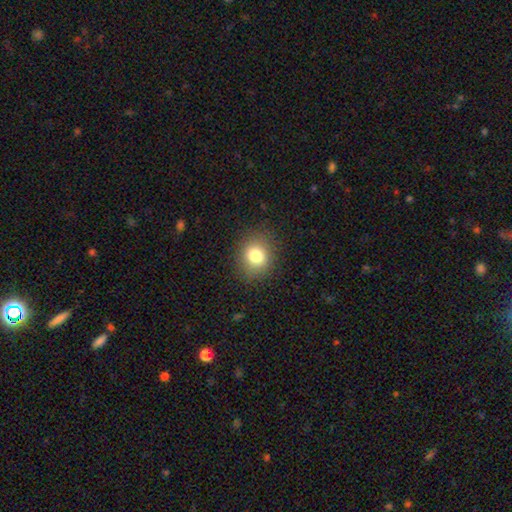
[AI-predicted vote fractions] A smooth galaxy with no disk features (80%) that is round (64%). Merging: none (86%).